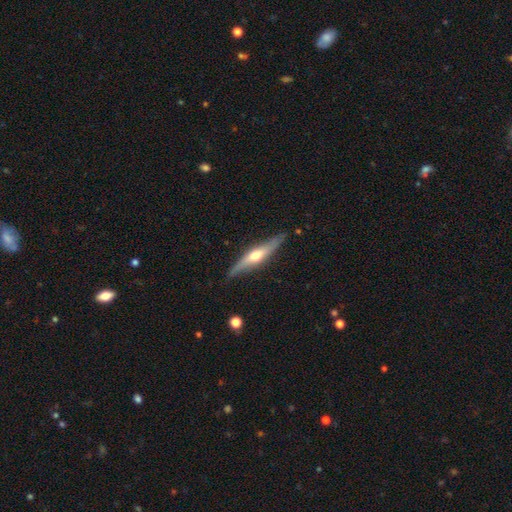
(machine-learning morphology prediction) smooth-or-featured: featured or disk: 66% | smooth: 29% | star or artifact: 5%
  disk-edge-on: yes: 92% | no: 8%
    edge-on-bulge: rounded: 90% | none: 5% | boxy: 4%
  merging: none: 84% | minor disturbance: 12% | major disturbance: 2% | merger: 1%